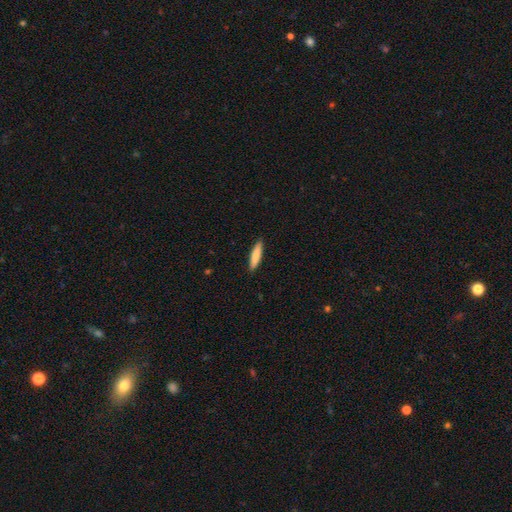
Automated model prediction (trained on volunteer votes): smooth-or-featured: smooth: 82% | featured or disk: 12% | star or artifact: 5%
  how-rounded: cigar-shaped: 84% | in between: 14% | round: 1%
  merging: none: 90% | minor disturbance: 7% | major disturbance: 1% | merger: 1%